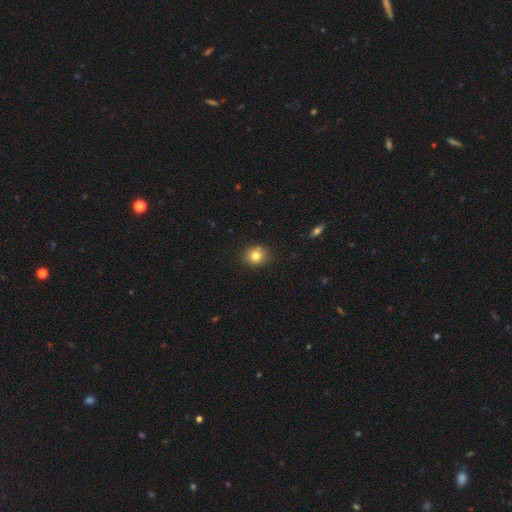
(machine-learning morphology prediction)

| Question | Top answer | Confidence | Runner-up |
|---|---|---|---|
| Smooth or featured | smooth | 81% | star or artifact (12%) |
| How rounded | round | 83% | in between (16%) |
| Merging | none | 86% | minor disturbance (10%) |